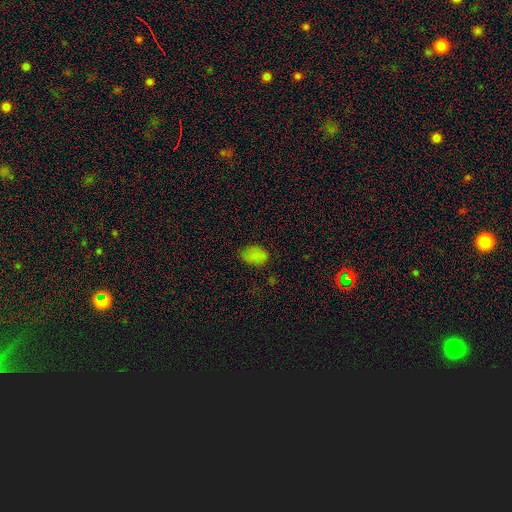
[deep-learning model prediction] Smooth or featured? smooth (78%)
How rounded? in between (86%)
Merging? none (71%)